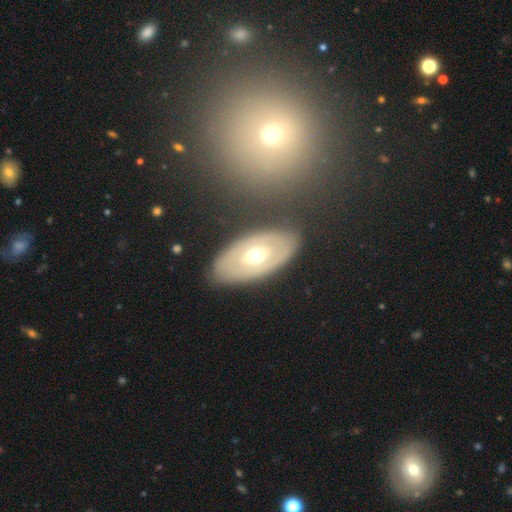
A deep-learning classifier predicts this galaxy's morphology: type=featured or disk (63%); edge-on=no (88%); bar=no (83%); spiral arms=no (81%); bulge=moderate (78%); merging=none (82%).